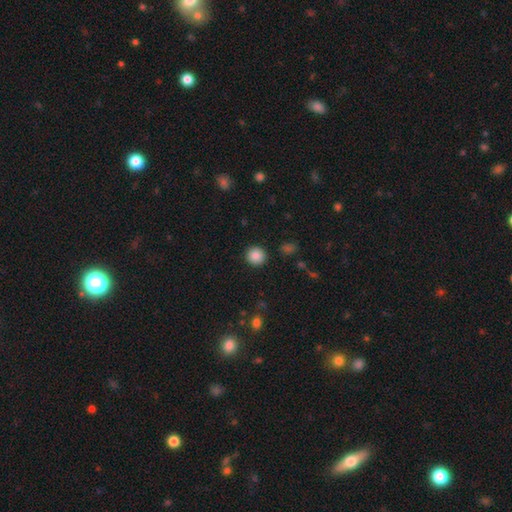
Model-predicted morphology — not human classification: This is clearly a smooth galaxy (86%). How rounded: clearly round (92%). Merging: clearly none (91%).